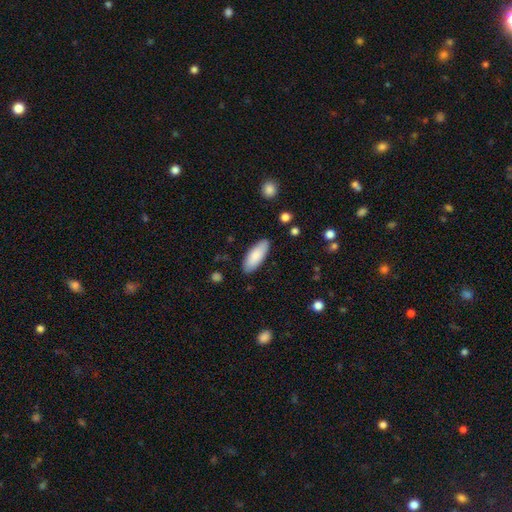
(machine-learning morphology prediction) This appears to be a smooth galaxy with no disk features (86%) that is in between round and cigar-shaped (77%). Merging: none (87%).